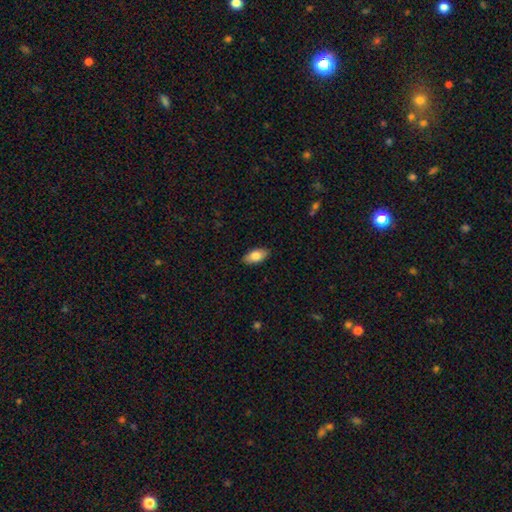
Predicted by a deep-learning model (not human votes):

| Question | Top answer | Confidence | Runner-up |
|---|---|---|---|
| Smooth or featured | smooth | 80% | featured or disk (14%) |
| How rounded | in between | 91% | cigar-shaped (6%) |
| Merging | none | 88% | minor disturbance (9%) |